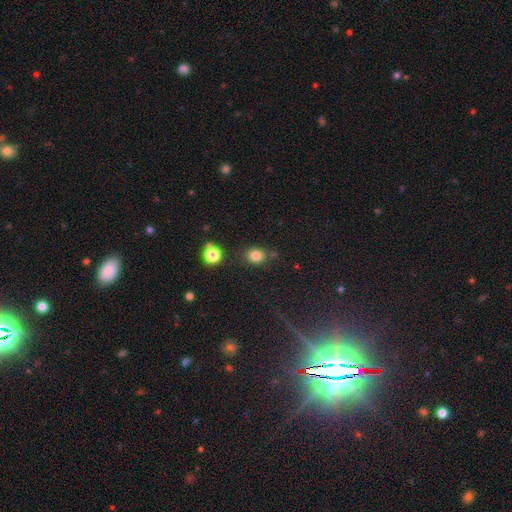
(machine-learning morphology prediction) Overall: smooth (82%). How rounded: round (63%; in between 36%). Merging: none (74%).